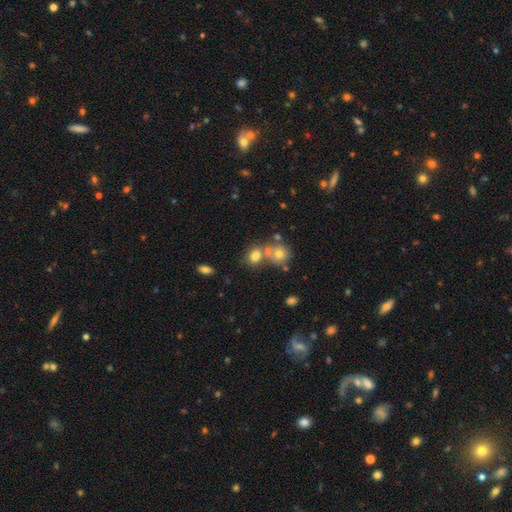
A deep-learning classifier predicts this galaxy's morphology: smooth_or_featured: smooth (p=0.73) [alt: star or artifact p=0.14]
how_rounded: in between (p=0.50) [alt: round p=0.49]
merging: none (p=0.42) [tied with: merger p=0.42]